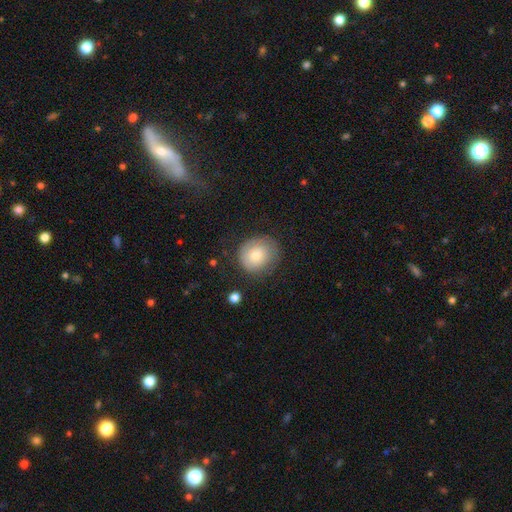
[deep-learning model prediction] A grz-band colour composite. It shows a smooth galaxy with no disk features (69%) that is round (75%). Merging: none (70%).